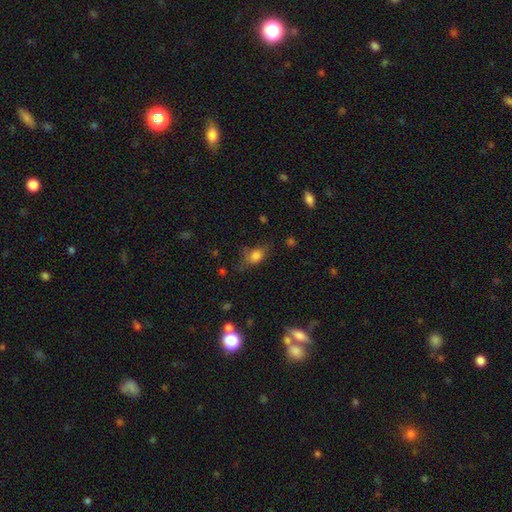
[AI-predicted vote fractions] Smooth or featured? Predicted: smooth (p=0.76). How rounded? Predicted: in between (p=0.68). Merging? Predicted: none (p=0.52).